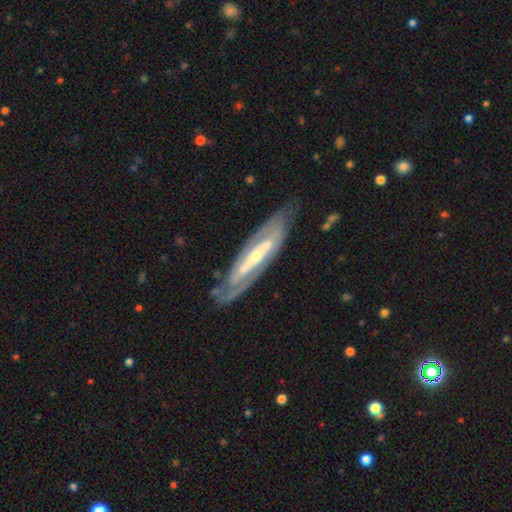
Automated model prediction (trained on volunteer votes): Morphology: type=featured or disk (82%); edge-on=no (69%); bar=strong (49%); spiral arms=yes (89%); winding=tight (54%); arm count=2 (54%); bulge=small (61%); merging=none (77%).